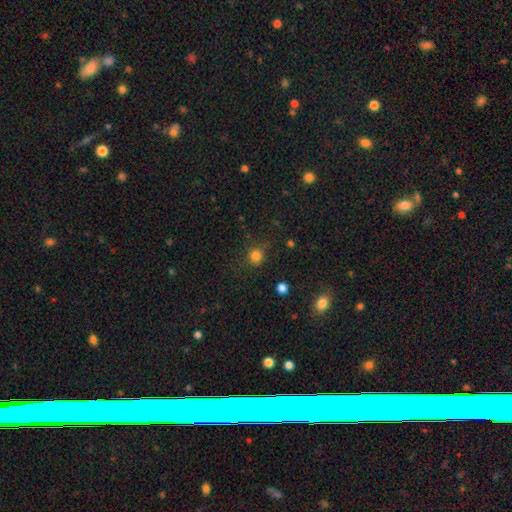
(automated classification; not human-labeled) smooth 79%, star or artifact 16%, featured or disk 5%. Down the decision tree: how rounded — round (89%); merging — none (77%).